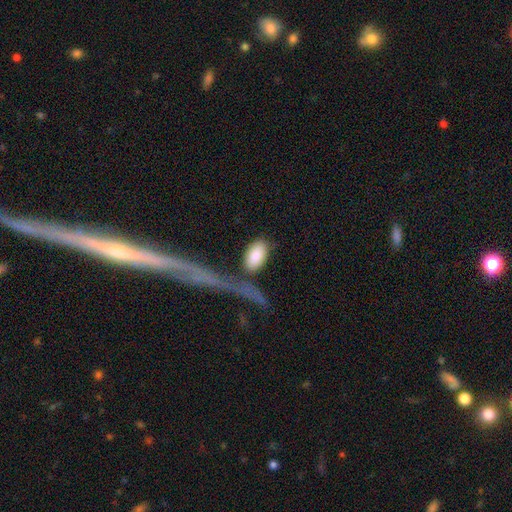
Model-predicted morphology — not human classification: smooth-or-featured: smooth: 85% | featured or disk: 10% | star or artifact: 6%
  how-rounded: in between: 94% | round: 4% | cigar-shaped: 2%
  merging: none: 67% | minor disturbance: 15% | merger: 11% | major disturbance: 7%